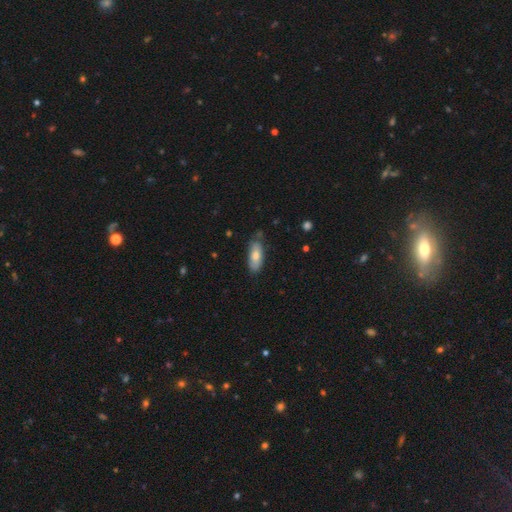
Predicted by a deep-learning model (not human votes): The model was most divided on "smooth or featured": smooth: 72%, featured or disk: 22%, star or artifact: 6%. More confident: how rounded — in between (81%); merging — none (73%).